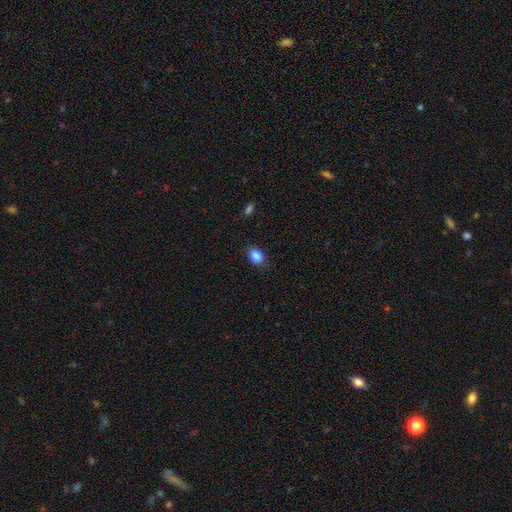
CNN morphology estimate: Overall: smooth (85%). How rounded: in between (58%; round 41%). Merging: none (86%).